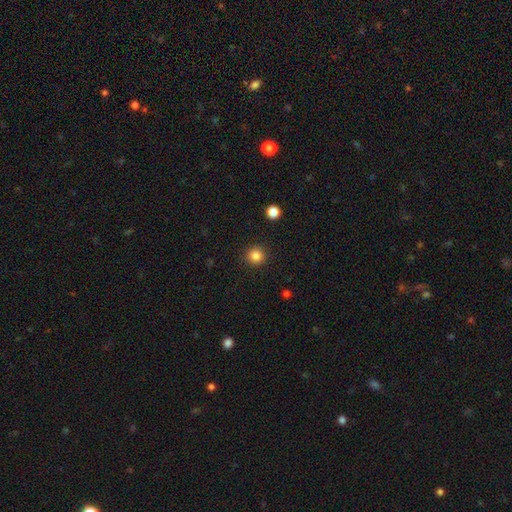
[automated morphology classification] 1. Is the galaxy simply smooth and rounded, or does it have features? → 85% smooth, 11% star or artifact, 4% featured or disk.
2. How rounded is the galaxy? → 94% round, 5% in between, 1% cigar-shaped.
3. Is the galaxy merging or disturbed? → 92% none, 5% minor disturbance, 2% major disturbance, 1% merger.